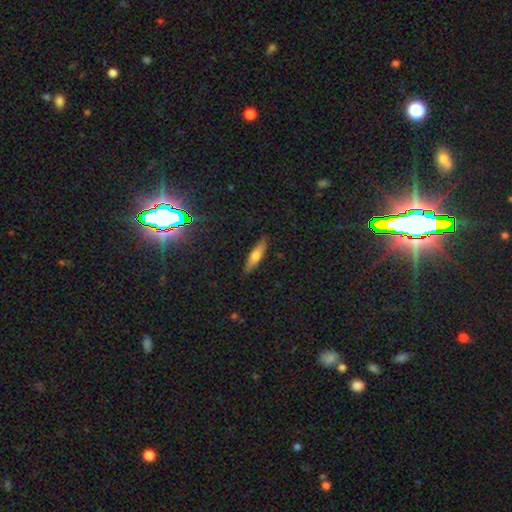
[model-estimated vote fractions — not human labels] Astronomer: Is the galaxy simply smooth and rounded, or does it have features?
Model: smooth — 62%.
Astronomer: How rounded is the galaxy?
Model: cigar-shaped — 72%.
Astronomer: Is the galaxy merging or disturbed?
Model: none — 89%.